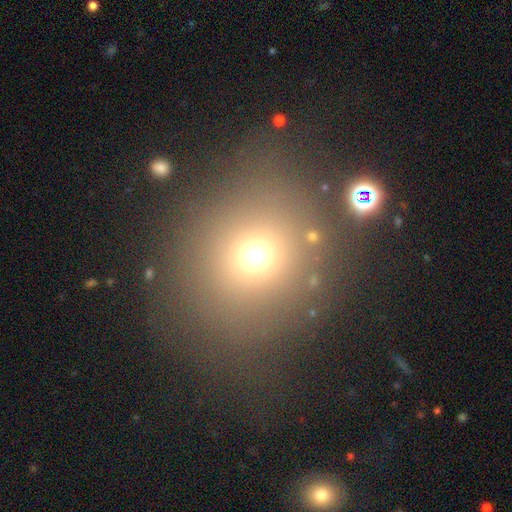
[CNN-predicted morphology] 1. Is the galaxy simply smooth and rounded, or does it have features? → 66% smooth, 23% star or artifact, 10% featured or disk.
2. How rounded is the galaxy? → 86% round, 13% in between, 1% cigar-shaped.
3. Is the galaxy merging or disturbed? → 78% none, 10% minor disturbance, 7% major disturbance, 5% merger.